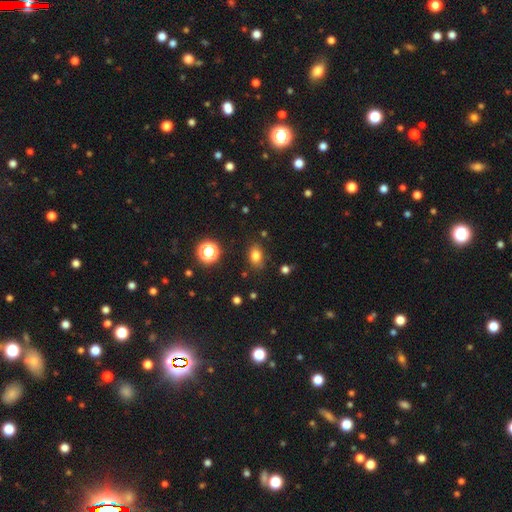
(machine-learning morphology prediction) Smooth or featured? Predicted: smooth (p=0.79). How rounded? Predicted: in between (p=0.74). Merging? Predicted: none (p=0.82).